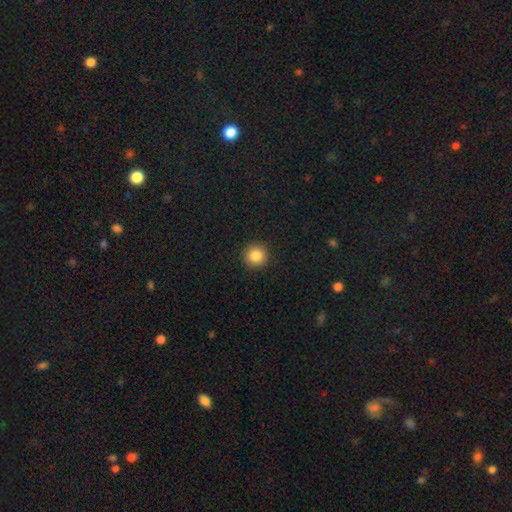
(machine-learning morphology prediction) A smooth galaxy with no disk features (85%) that is round (94%).

Vote fractions:
- Smooth or featured? smooth: 85% / star or artifact: 10% / featured or disk: 5%
- How rounded? round: 94% / in between: 5% / cigar-shaped: 1%
- Merging? none: 92% / minor disturbance: 5% / major disturbance: 2% / merger: 1%